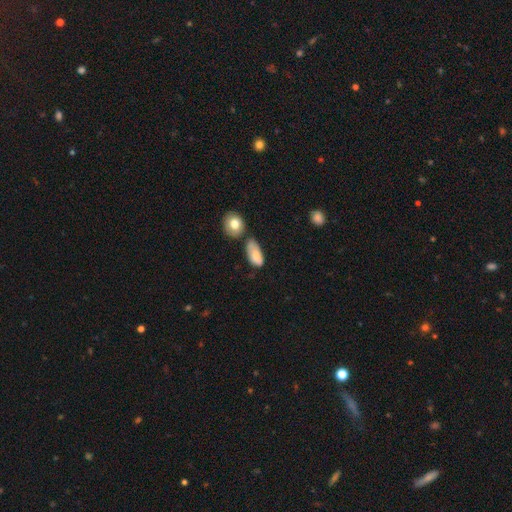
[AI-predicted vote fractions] This is likely a smooth galaxy (77%). How rounded: clearly in between (89%). Merging: marginally minor disturbance (34%, tied with none).